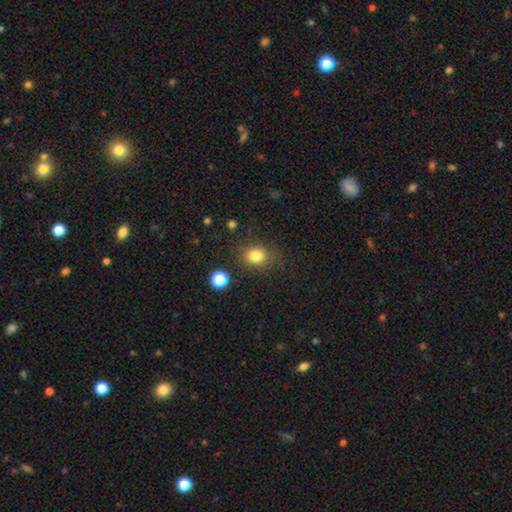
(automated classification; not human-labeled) smooth_or_featured: smooth (p=0.81) [alt: star or artifact p=0.13]
how_rounded: round (p=0.66) [alt: in between p=0.33]
merging: none (p=0.80) [alt: minor disturbance p=0.13]